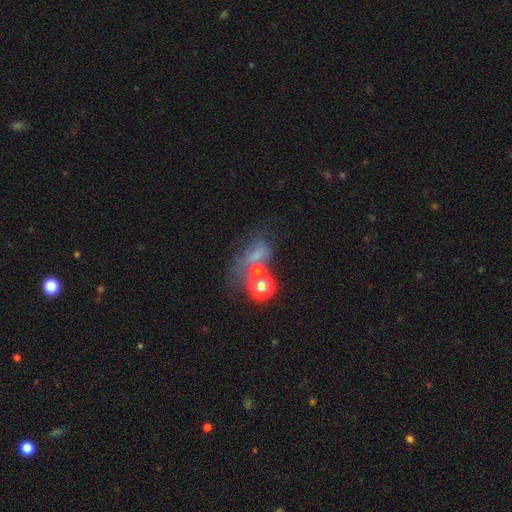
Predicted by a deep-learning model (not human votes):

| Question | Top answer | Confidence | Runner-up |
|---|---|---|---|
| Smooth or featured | smooth | 43% | star or artifact (35%) |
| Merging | none | 34% | merger (25%) |